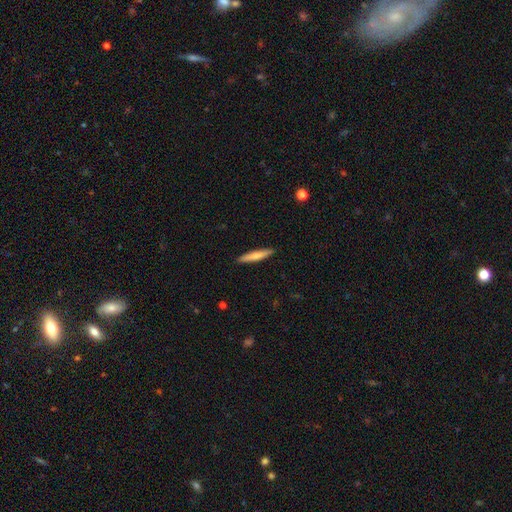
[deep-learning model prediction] Q: Smooth or featured?
A: smooth (69%); runner-up: featured or disk (26%)
Q: How rounded?
A: cigar-shaped (92%); runner-up: in between (6%)
Q: Merging?
A: none (91%); runner-up: minor disturbance (7%)